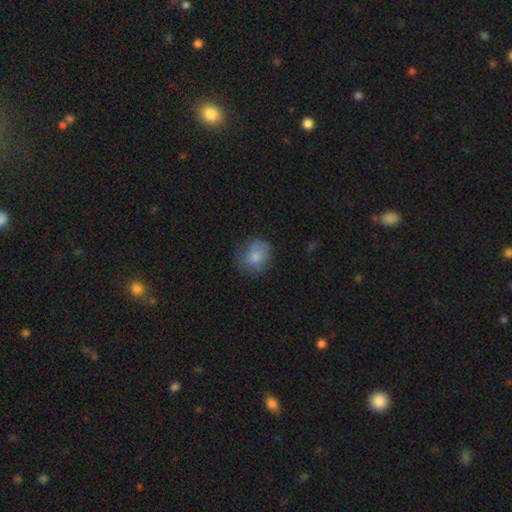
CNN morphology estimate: The model was most divided on "how rounded": round: 71%, in between: 28%, cigar-shaped: 1%. More confident: smooth or featured — smooth (82%); merging — none (71%).